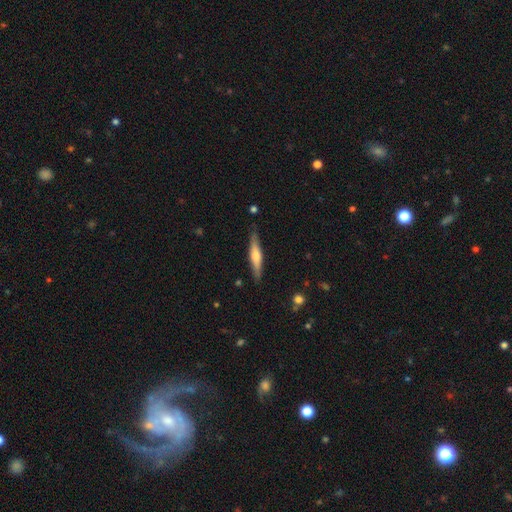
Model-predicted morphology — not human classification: Smooth or featured: featured or disk — 51% (smooth — 43%)
Edge-on disk: yes — 95% (no — 5%)
Merging: none — 86% (minor disturbance — 10%)